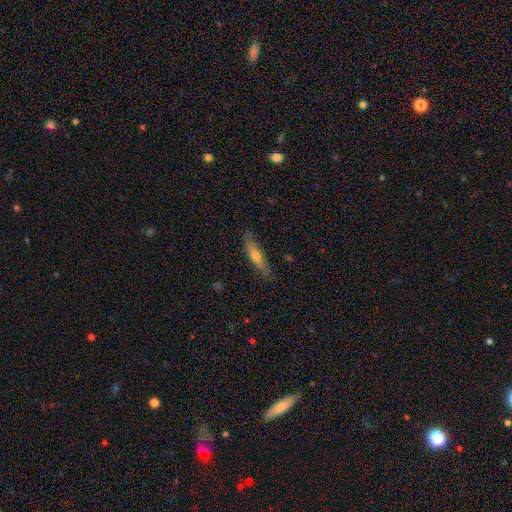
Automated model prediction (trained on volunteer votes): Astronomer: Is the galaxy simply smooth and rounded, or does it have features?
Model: smooth — 55% (runner-up: featured or disk, 39%).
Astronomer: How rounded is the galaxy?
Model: cigar-shaped — 76%.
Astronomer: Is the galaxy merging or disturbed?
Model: none — 80%.